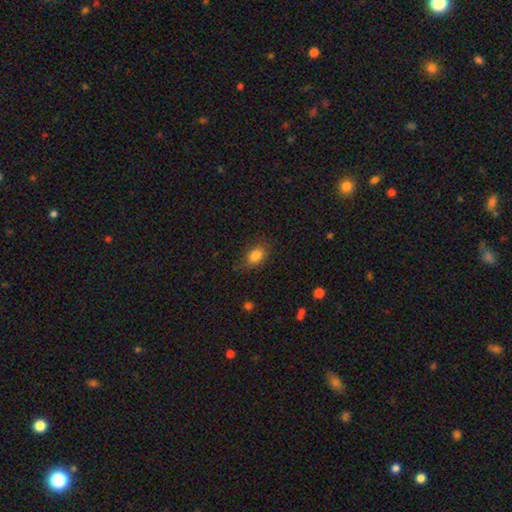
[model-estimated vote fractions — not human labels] The model was most divided on "merging": none: 76%, minor disturbance: 18%, major disturbance: 5%, merger: 1%. More confident: smooth or featured — smooth (83%); how rounded — in between (80%).